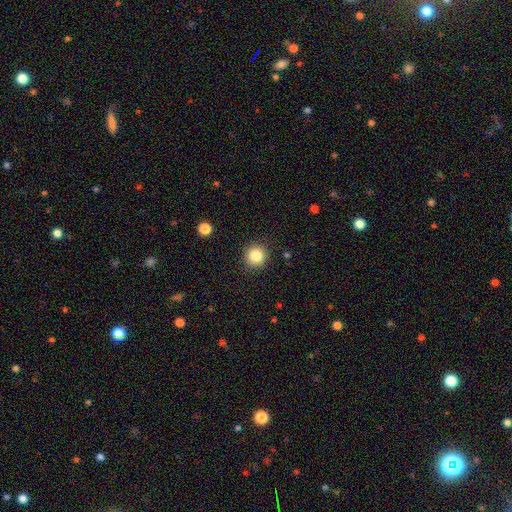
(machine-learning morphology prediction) Smooth or featured?
  - smooth: 84% *
  - star or artifact: 10%
  - featured or disk: 5%
How rounded?
  - round: 93% *
  - in between: 6%
  - cigar-shaped: 1%
Merging?
  - none: 90% *
  - minor disturbance: 6%
  - major disturbance: 2%
  - merger: 1%